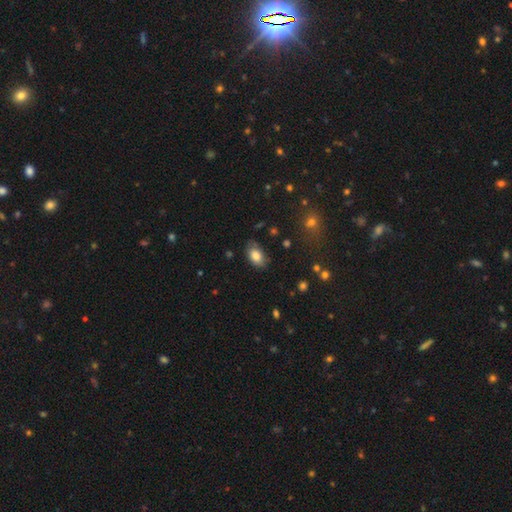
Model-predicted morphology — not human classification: Smooth or featured?
  - smooth: 82% *
  - featured or disk: 10%
  - star or artifact: 8%
How rounded?
  - in between: 91% *
  - round: 7%
  - cigar-shaped: 2%
Merging?
  - none: 77% *
  - minor disturbance: 18%
  - major disturbance: 4%
  - merger: 2%